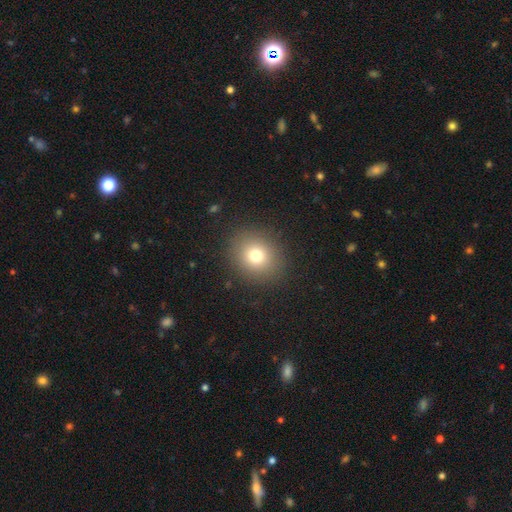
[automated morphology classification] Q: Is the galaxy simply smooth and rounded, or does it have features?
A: smooth — 76%.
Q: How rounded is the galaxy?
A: round — 79%.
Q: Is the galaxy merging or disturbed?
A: none — 89%.